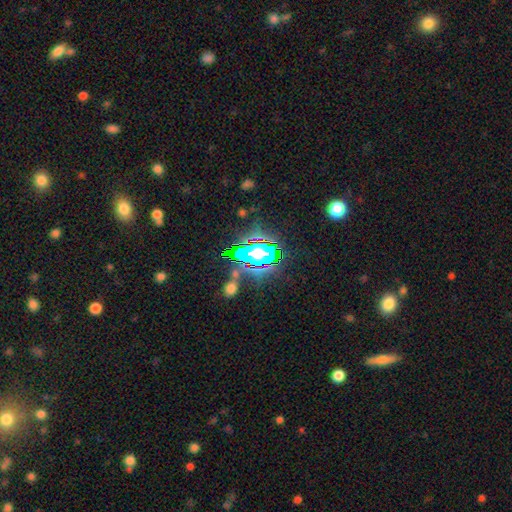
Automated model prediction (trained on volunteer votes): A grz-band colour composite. It shows a star or artifact, not a galaxy (62%).